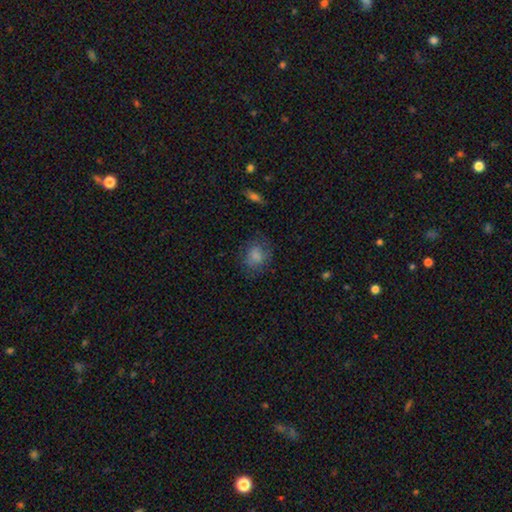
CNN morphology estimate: type=smooth (79%); roundness=round (65%); merging=none (69%).